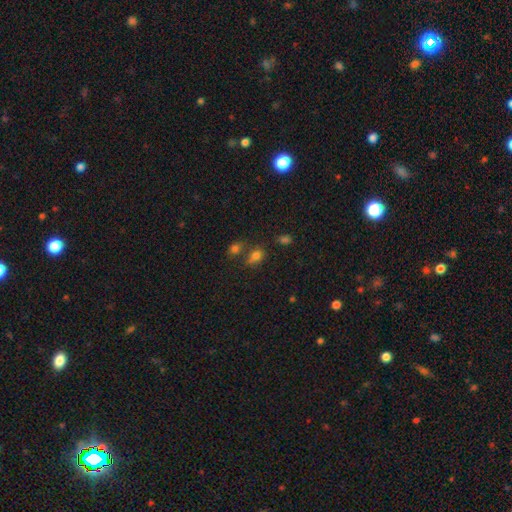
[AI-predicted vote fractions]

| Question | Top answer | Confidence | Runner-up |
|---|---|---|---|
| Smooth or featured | smooth | 71% | star or artifact (19%) |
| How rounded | in between | 60% | round (37%) |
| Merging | none | 50% | merger (28%) |